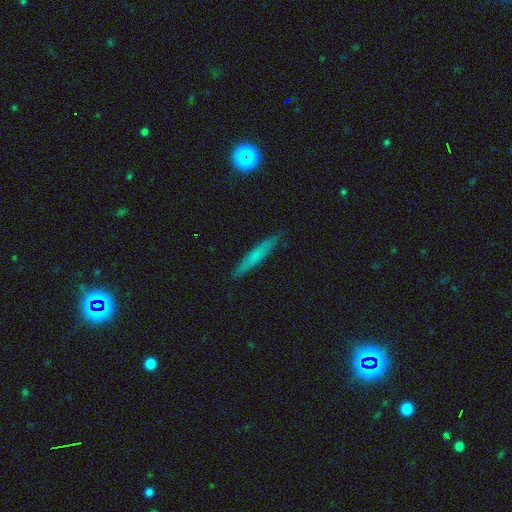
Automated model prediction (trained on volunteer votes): Q: Smooth or featured?
A: smooth (60%); runner-up: featured or disk (31%)
Q: How rounded?
A: cigar-shaped (93%); runner-up: in between (5%)
Q: Merging?
A: none (89%); runner-up: minor disturbance (8%)